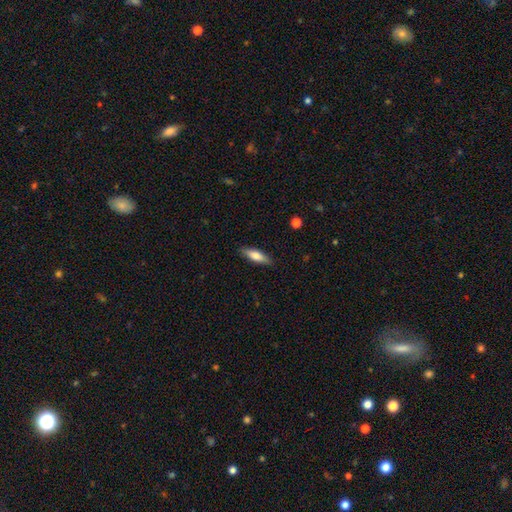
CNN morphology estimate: Smooth or featured: smooth — 69% (featured or disk — 25%)
How rounded: cigar-shaped — 56% (in between — 42%)
Merging: none — 87% (minor disturbance — 10%)